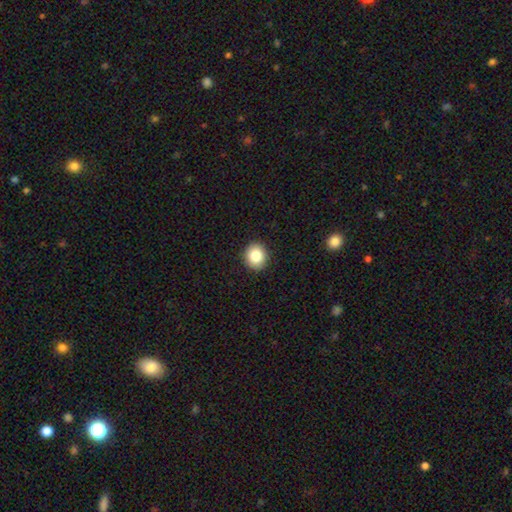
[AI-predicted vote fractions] A smooth galaxy with no disk features (83%) that is round (81%). Merging: none (92%).